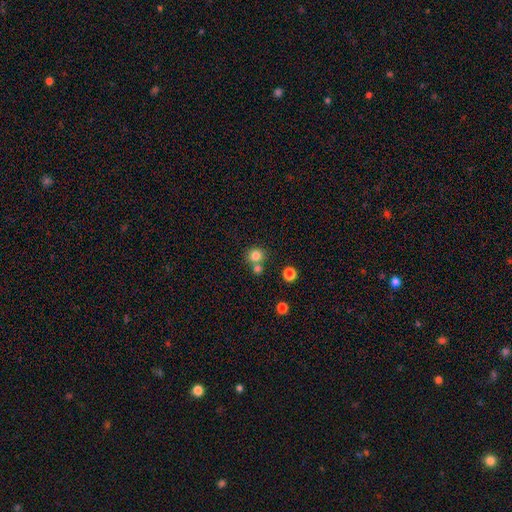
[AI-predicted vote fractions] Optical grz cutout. It shows a smooth galaxy with no disk features (81%) that is round (87%). Merging: none (62%).